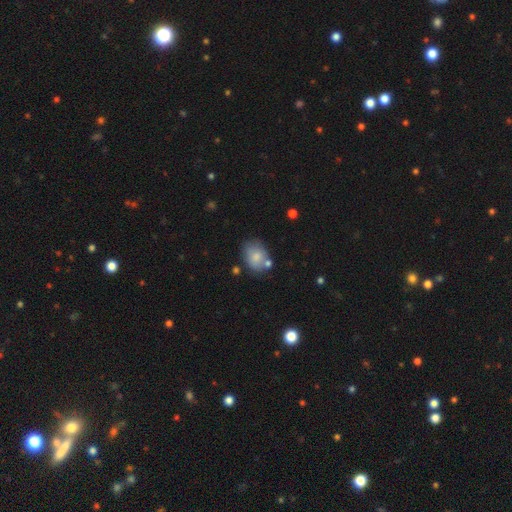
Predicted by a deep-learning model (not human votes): Smooth or featured? smooth (76%)
How rounded? in between (68%)
Merging? none (61%)